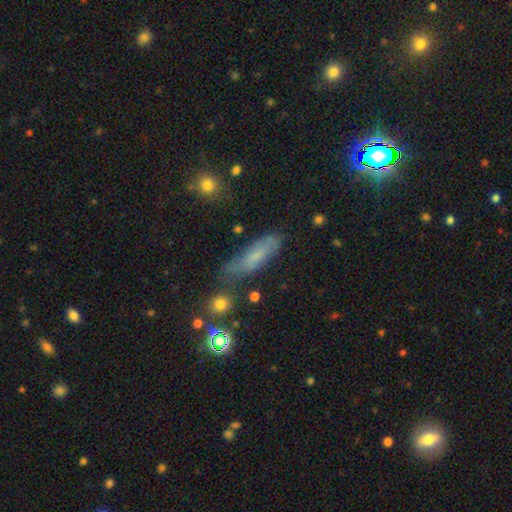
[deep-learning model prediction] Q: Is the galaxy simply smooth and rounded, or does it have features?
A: smooth — 57%.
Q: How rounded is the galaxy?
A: cigar-shaped — 53%.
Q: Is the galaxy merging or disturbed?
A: none — 63%.